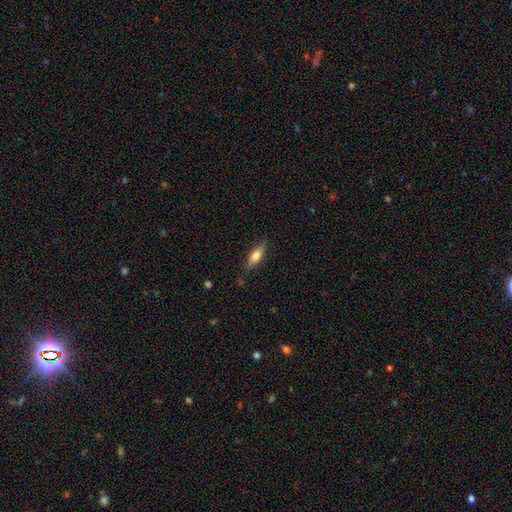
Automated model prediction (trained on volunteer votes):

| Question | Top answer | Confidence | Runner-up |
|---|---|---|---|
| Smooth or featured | smooth | 67% | featured or disk (26%) |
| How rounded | in between | 56% | cigar-shaped (41%) |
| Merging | none | 75% | minor disturbance (19%) |